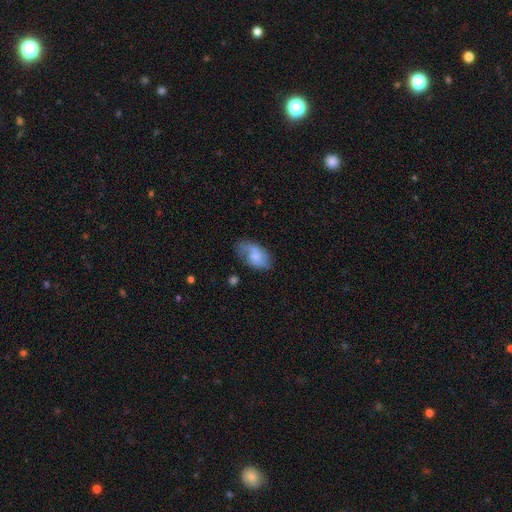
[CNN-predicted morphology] smooth-or-featured: smooth: 56% | featured or disk: 36% | star or artifact: 8%
  how-rounded: in between: 90% | round: 8% | cigar-shaped: 2%
  merging: none: 50% | minor disturbance: 29% | major disturbance: 18% | merger: 3%